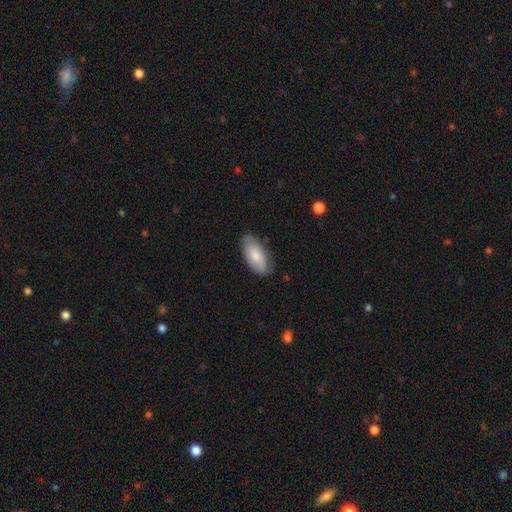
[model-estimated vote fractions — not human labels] Smooth or featured? smooth (77%)
How rounded? in between (92%)
Merging? none (78%)